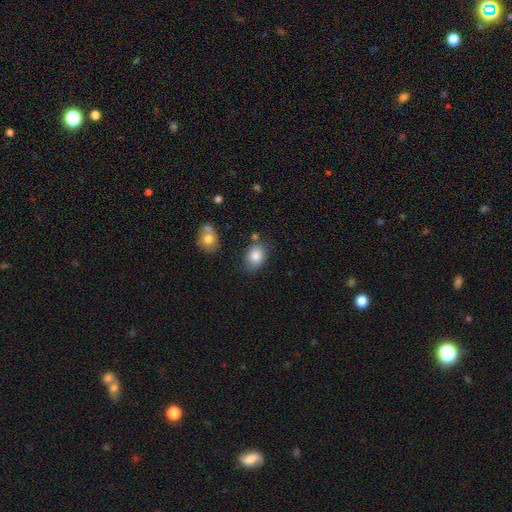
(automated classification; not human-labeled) A smooth galaxy with no disk features (84%) that is in between round and cigar-shaped (61%). Merging: none (69%).